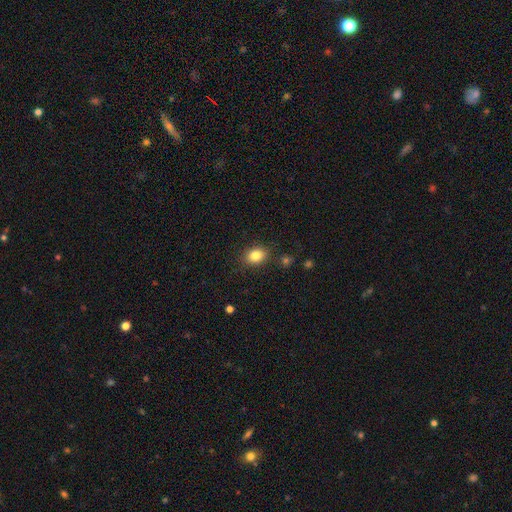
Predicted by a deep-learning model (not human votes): Smooth or featured? smooth (83%)
How rounded? in between (63%)
Merging? none (85%)